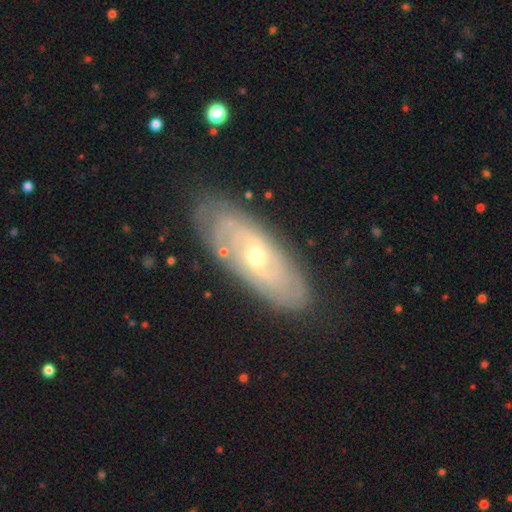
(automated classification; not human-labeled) Smooth or featured: featured or disk — 74% (smooth — 19%)
Edge-on disk: no — 85% (yes — 15%)
Bar: no — 66% (weak — 27%)
Spiral arms: yes — 77% (no — 23%)
Bulge size: small — 50% (moderate — 47%)
Merging: none — 83% (minor disturbance — 12%)